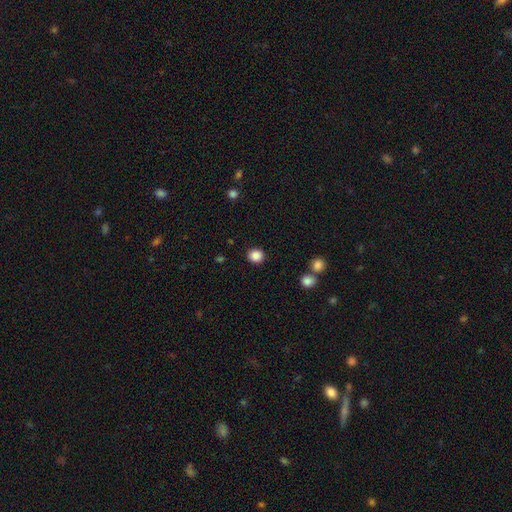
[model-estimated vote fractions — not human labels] A smooth galaxy with no disk features (87%) that is round (86%).

Vote fractions:
- Smooth or featured? smooth: 87% / star or artifact: 10% / featured or disk: 3%
- How rounded? round: 86% / in between: 13% / cigar-shaped: 1%
- Merging? none: 89% / minor disturbance: 7% / major disturbance: 2% / merger: 2%